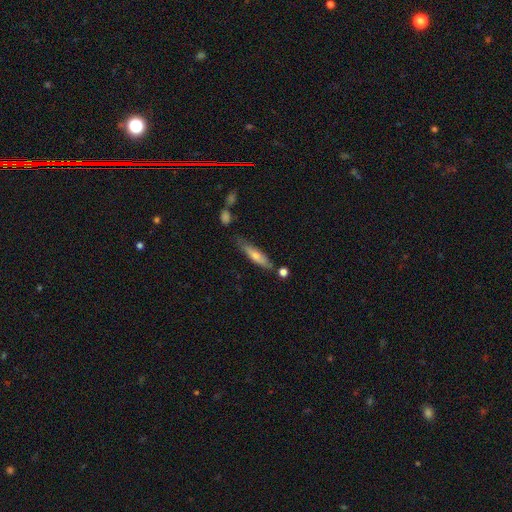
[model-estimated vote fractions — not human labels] Morphology: type=smooth (61%); roundness=cigar-shaped (77%); merging=none (67%).